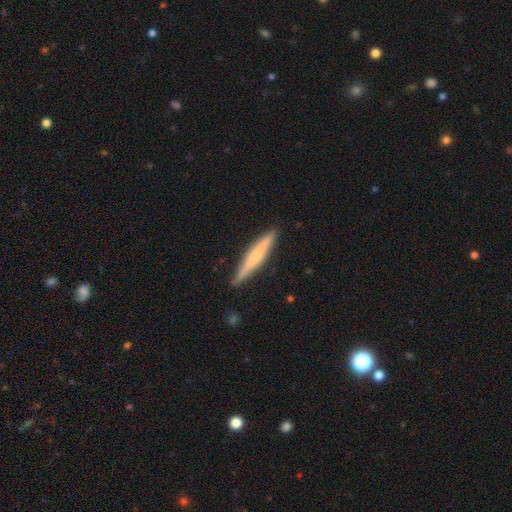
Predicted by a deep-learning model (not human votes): This appears to be a smooth galaxy with no disk features (50%) that is cigar-shaped (94%). Merging: none (89%).